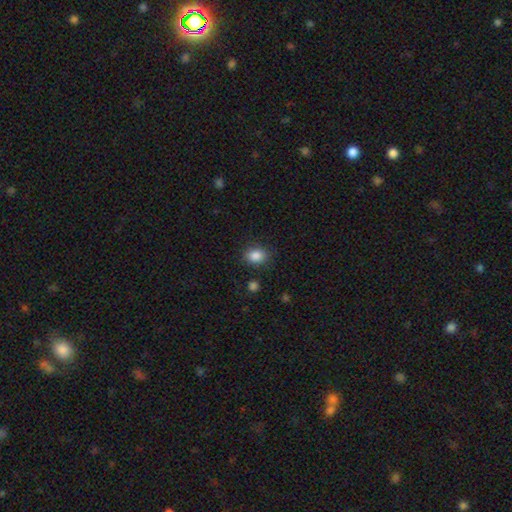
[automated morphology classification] Smooth or featured? smooth (86%)
How rounded? in between (57%)
Merging? none (84%)